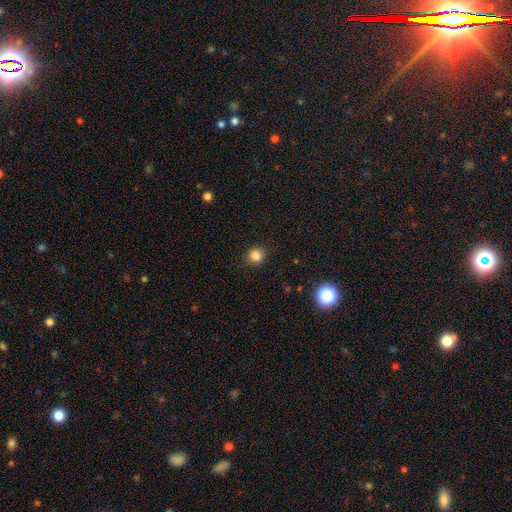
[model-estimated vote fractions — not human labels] Smooth or featured?
  - smooth: 84% *
  - star or artifact: 12%
  - featured or disk: 4%
How rounded?
  - round: 90% *
  - in between: 9%
  - cigar-shaped: 1%
Merging?
  - none: 88% *
  - minor disturbance: 8%
  - major disturbance: 2%
  - merger: 1%